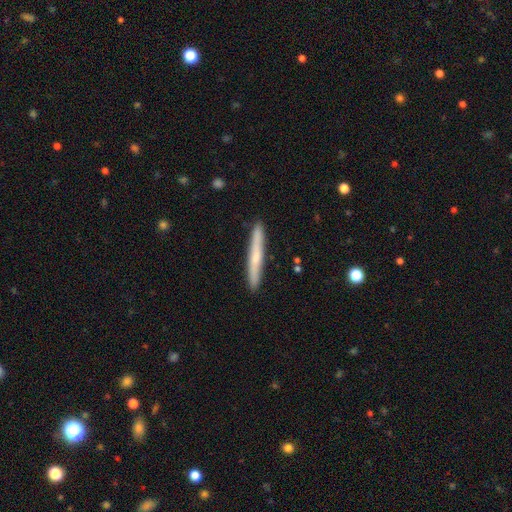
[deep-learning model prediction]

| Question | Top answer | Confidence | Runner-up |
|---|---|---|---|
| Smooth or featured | smooth | 53% | featured or disk (41%) |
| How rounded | cigar-shaped | 96% | in between (2%) |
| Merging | none | 91% | minor disturbance (7%) |